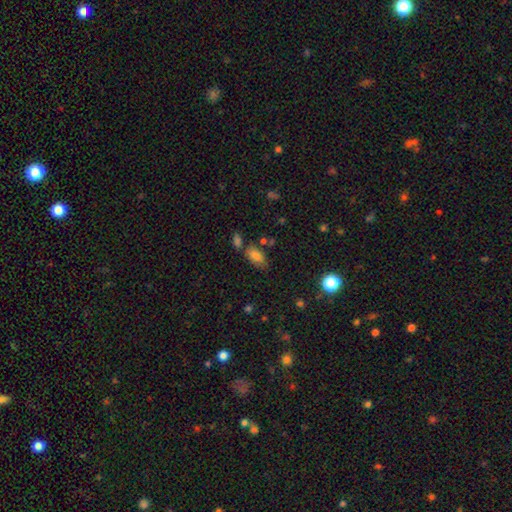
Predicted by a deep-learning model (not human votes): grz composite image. It shows a smooth galaxy with no disk features (80%) that is in between round and cigar-shaped (90%). Merging: none (63%).